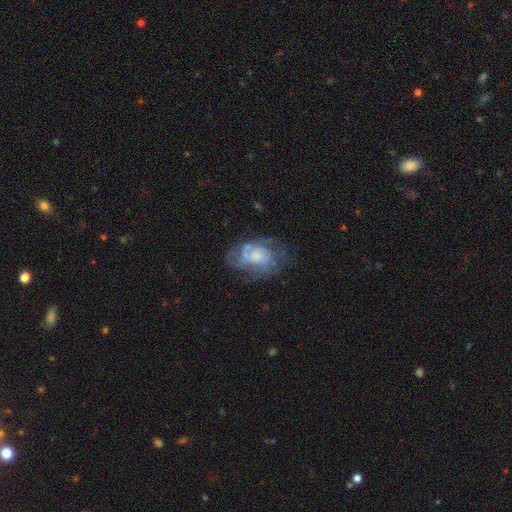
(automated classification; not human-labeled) Smooth or featured: featured or disk — 71% (smooth — 22%)
Edge-on disk: no — 97% (yes — 3%)
Bar: no — 72% (weak — 24%)
Spiral arms: yes — 76% (no — 24%)
Spiral winding: tight — 44% (medium — 39%)
Spiral arm count: can't tell — 44% (2 — 22%)
Bulge size: moderate — 37% (small — 33%)
Merging: none — 56% (minor disturbance — 22%)